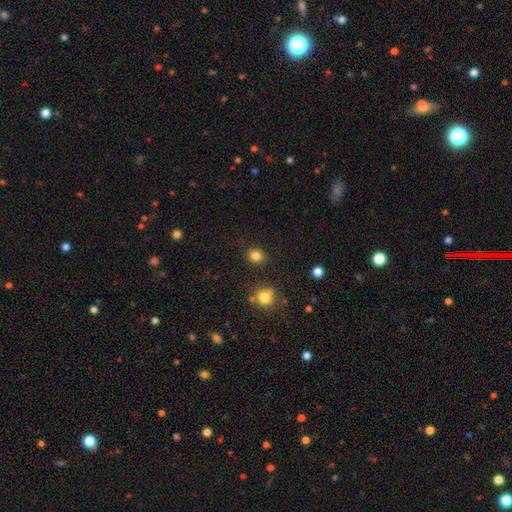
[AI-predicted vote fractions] Smooth or featured: smooth — 83% (star or artifact — 13%)
How rounded: round — 84% (in between — 15%)
Merging: none — 86% (minor disturbance — 8%)